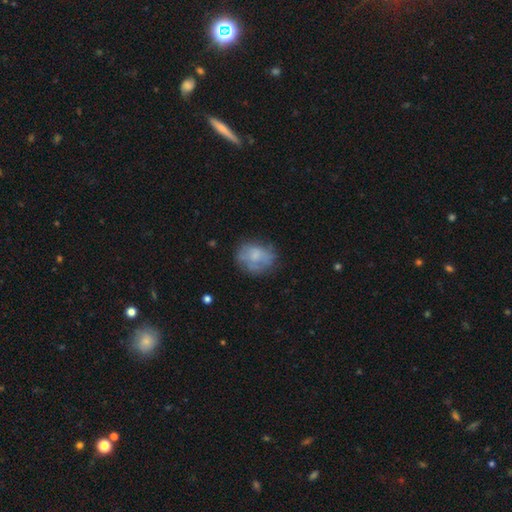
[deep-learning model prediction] A smooth galaxy with no disk features (56%) that is round (58%). Merging: none (58%).